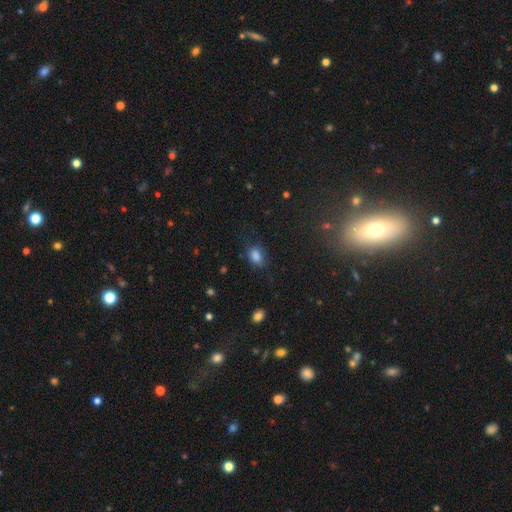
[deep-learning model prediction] A smooth galaxy with no disk features (82%) that is in between round and cigar-shaped (77%).

Vote fractions:
- Smooth or featured? smooth: 82% / star or artifact: 12% / featured or disk: 7%
- How rounded? in between: 77% / round: 21% / cigar-shaped: 2%
- Merging? none: 69% / minor disturbance: 21% / major disturbance: 8% / merger: 2%